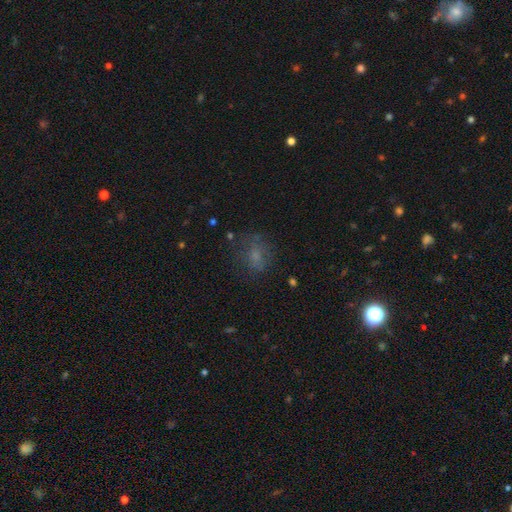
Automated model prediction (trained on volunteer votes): This is possibly a smooth galaxy (58%). How rounded: possibly in between (51%). Merging: likely none (61%).